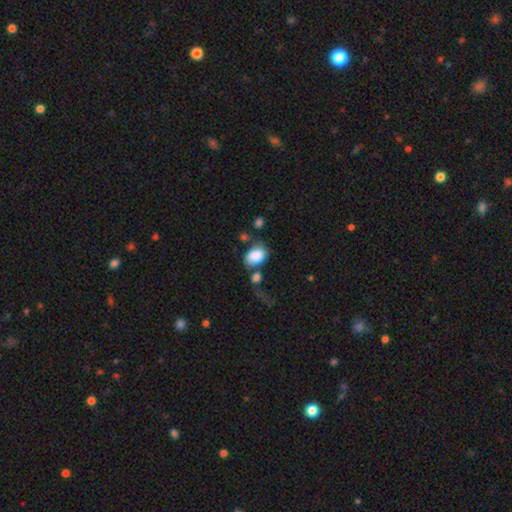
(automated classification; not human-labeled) Smooth or featured: smooth — 84% (featured or disk — 9%)
How rounded: in between — 82% (round — 17%)
Merging: none — 40% (merger — 24%)